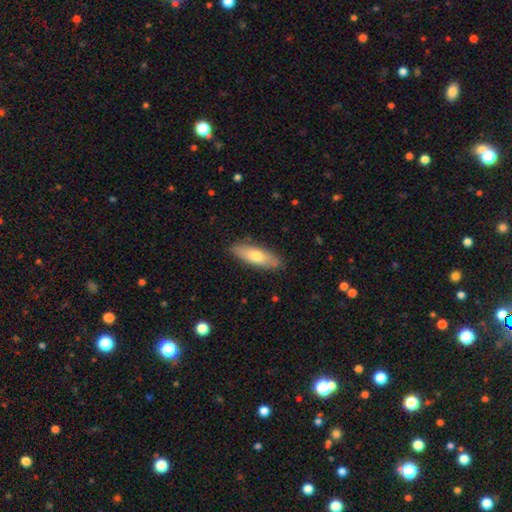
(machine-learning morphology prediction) Smooth or featured: smooth — 69% (featured or disk — 25%)
How rounded: in between — 52% (cigar-shaped — 47%)
Merging: none — 86% (minor disturbance — 11%)